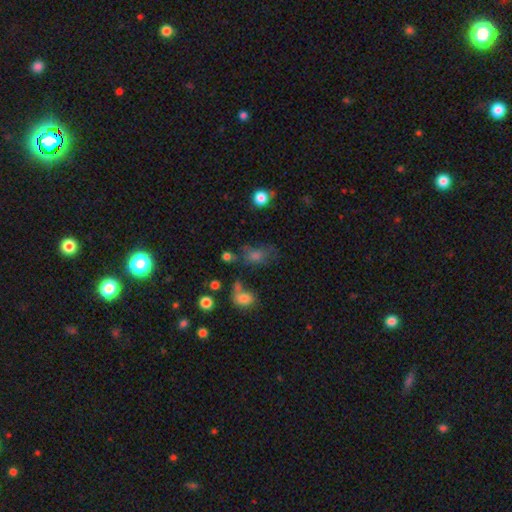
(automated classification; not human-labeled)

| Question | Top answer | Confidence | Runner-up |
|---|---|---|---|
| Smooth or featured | smooth | 65% | star or artifact (19%) |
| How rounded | in between | 71% | round (26%) |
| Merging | none | 49% | minor disturbance (22%) |